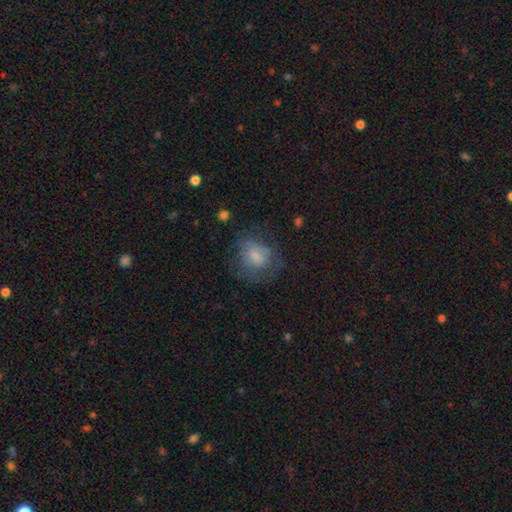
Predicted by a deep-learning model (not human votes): smooth_or_featured: smooth (p=0.62) [alt: featured or disk p=0.26]
how_rounded: round (p=0.55) [alt: in between p=0.44]
merging: none (p=0.59) [alt: minor disturbance p=0.22]